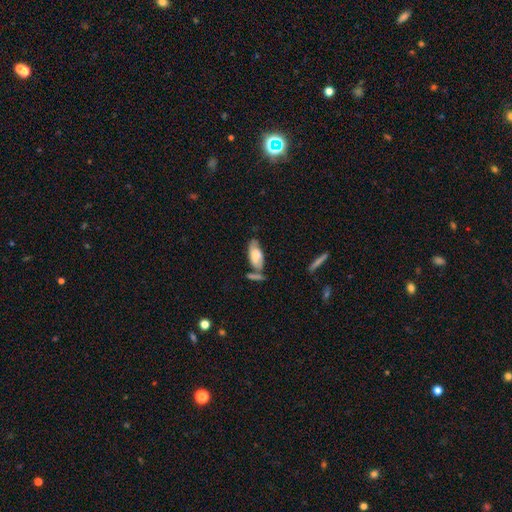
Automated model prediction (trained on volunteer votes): Overall: smooth (54%; featured or disk 39%). How rounded: in between (84%). Merging: none (52%; minor disturbance 22%).